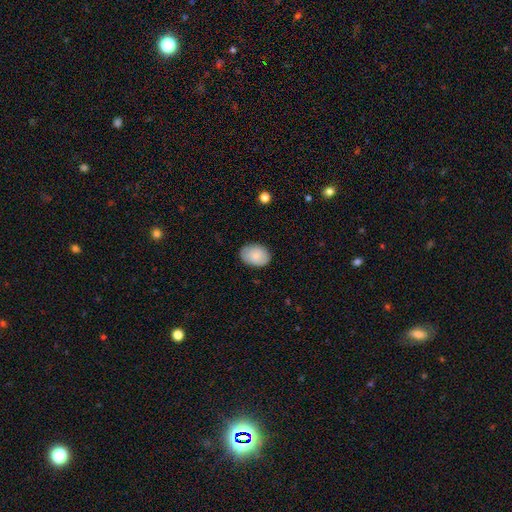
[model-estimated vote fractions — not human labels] Morphology: type=smooth (84%); roundness=in between (80%); merging=none (83%).